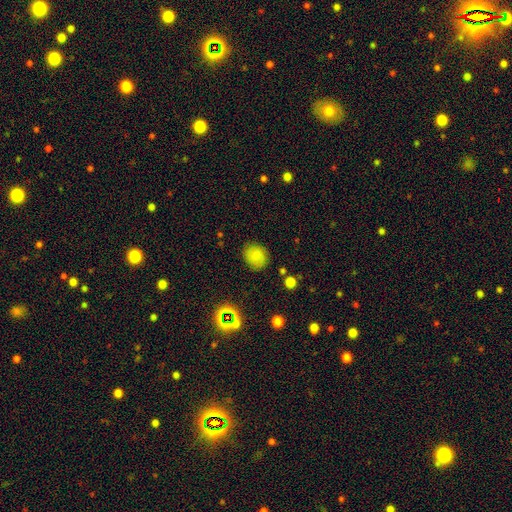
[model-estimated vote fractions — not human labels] Smooth or featured? smooth (79%)
How rounded? round (71%)
Merging? none (83%)